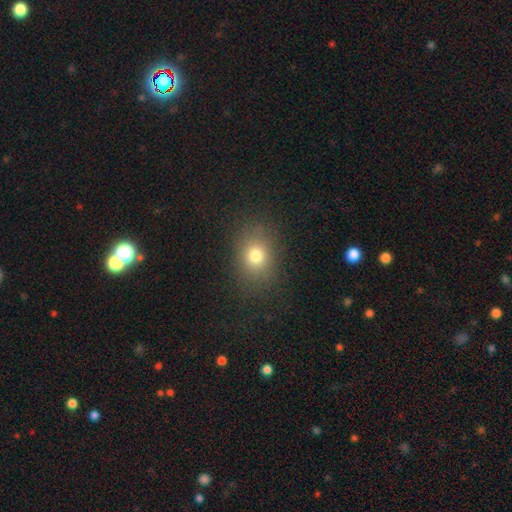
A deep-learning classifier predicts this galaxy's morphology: smooth 76%, star or artifact 15%, featured or disk 9%. Down the decision tree: how rounded — in between (53%); merging — none (84%).